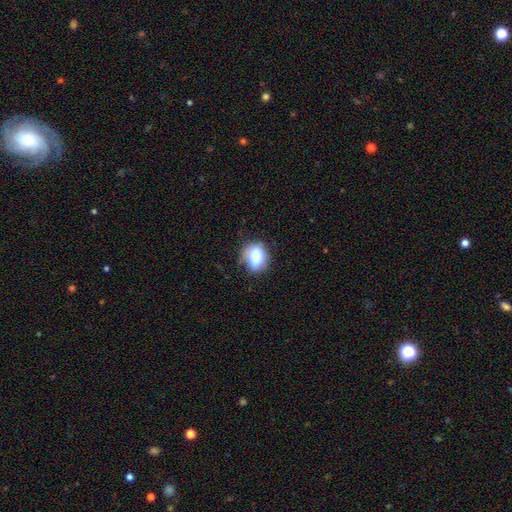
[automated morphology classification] Smooth or featured? Predicted: smooth (p=0.76). How rounded? Predicted: round (p=0.50). Merging? Predicted: none (p=0.67).